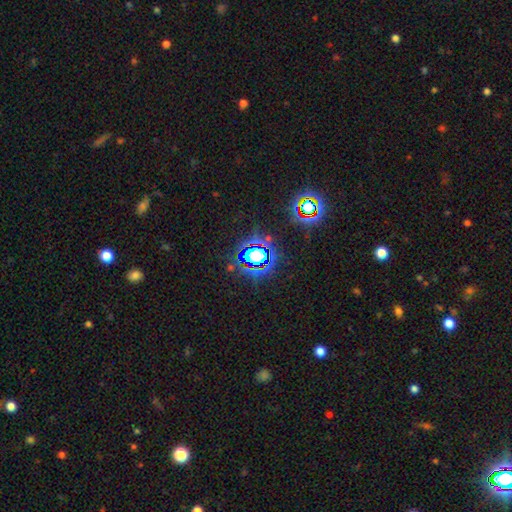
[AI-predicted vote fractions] Overall: star or artifact (74%).